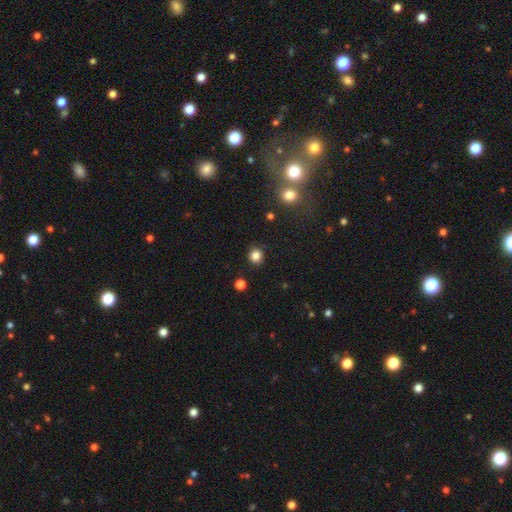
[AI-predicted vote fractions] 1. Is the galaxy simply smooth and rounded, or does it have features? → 84% smooth, 12% star or artifact, 4% featured or disk.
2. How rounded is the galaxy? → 90% round, 9% in between, 1% cigar-shaped.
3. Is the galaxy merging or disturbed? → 90% none, 6% minor disturbance, 2% major disturbance, 2% merger.